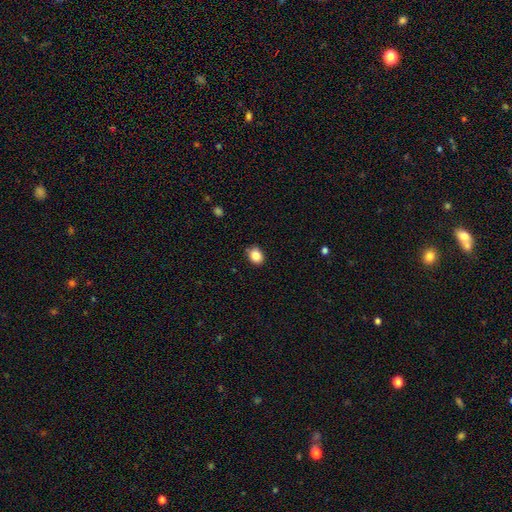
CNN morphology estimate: Smooth or featured?
  - smooth: 86% *
  - star or artifact: 9%
  - featured or disk: 5%
How rounded?
  - in between: 52% *
  - round: 47%
  - cigar-shaped: 1%
Merging?
  - none: 86% *
  - minor disturbance: 11%
  - major disturbance: 2%
  - merger: 1%